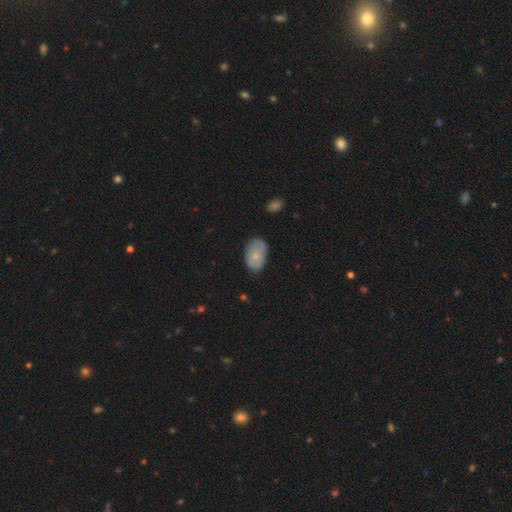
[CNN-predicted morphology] Smooth or featured: smooth — 66% (featured or disk — 28%)
How rounded: in between — 89% (round — 10%)
Merging: none — 67% (minor disturbance — 26%)